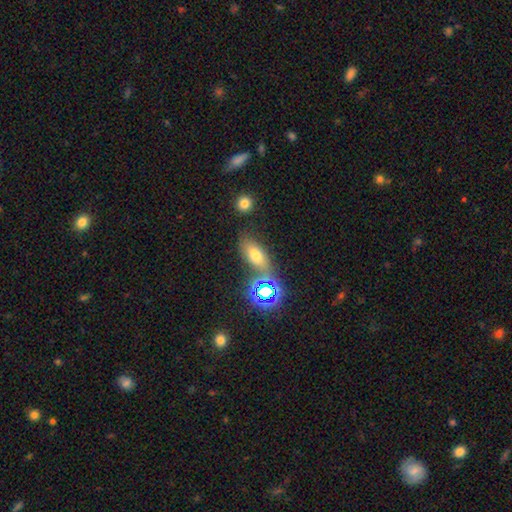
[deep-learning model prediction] smooth_or_featured: smooth (p=0.61) [alt: star or artifact p=0.22]
how_rounded: in between (p=0.76) [alt: round p=0.12]
merging: none (p=0.67) [alt: minor disturbance p=0.14]